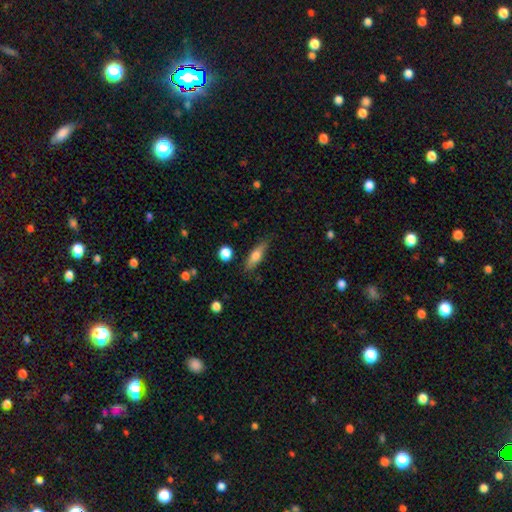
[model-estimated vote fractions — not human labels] This is likely a smooth galaxy (65%). How rounded: possibly cigar-shaped (51%). Merging: likely none (80%).